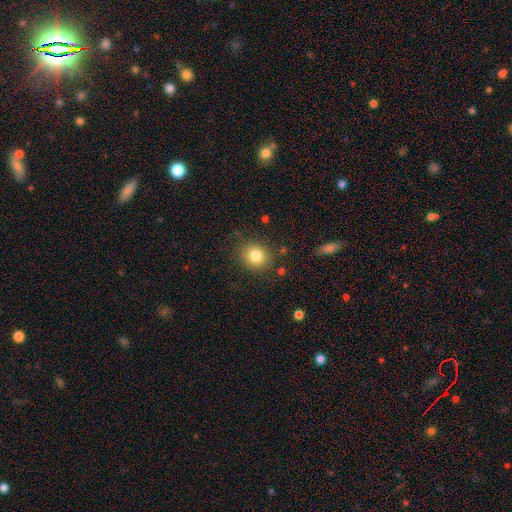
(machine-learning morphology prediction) Overall: smooth (82%). How rounded: round (82%). Merging: none (85%).